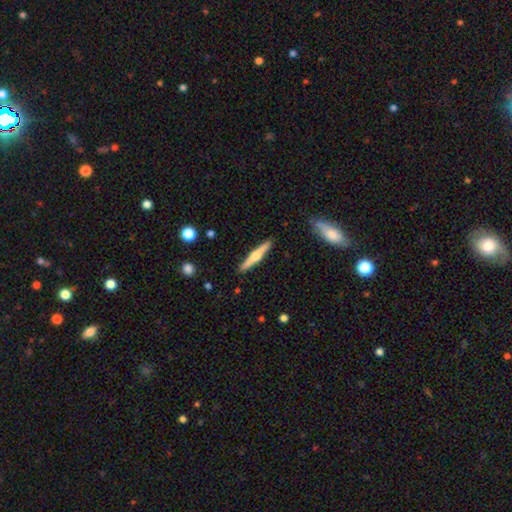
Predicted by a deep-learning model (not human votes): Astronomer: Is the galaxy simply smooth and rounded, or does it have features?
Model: featured or disk — 58% (runner-up: smooth, 36%).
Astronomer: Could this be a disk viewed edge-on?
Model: yes — 97%.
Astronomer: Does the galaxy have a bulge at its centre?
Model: rounded — 89%.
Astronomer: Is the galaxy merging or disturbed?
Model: none — 91%.